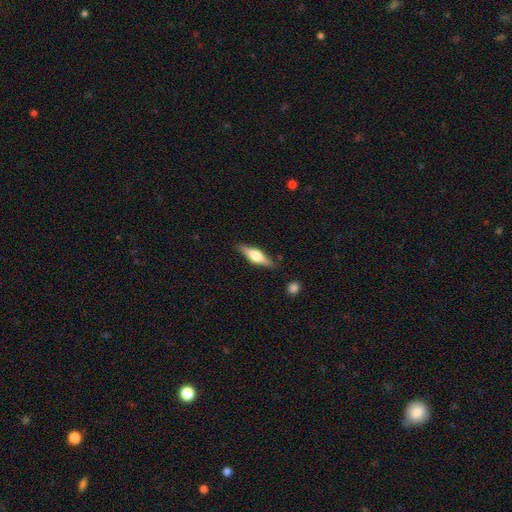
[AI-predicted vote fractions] Smooth or featured? featured or disk (58%)
Edge-on disk? yes (95%)
Edge-on bulge? rounded (89%)
Merging? none (85%)